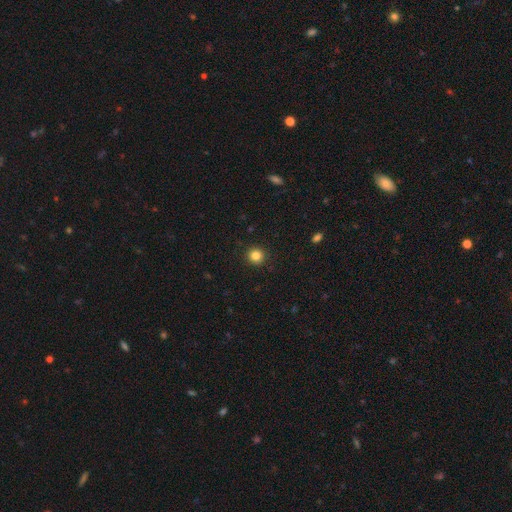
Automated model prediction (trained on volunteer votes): Smooth or featured?
  - smooth: 83% *
  - star or artifact: 12%
  - featured or disk: 5%
How rounded?
  - round: 93% *
  - in between: 6%
  - cigar-shaped: 1%
Merging?
  - none: 92% *
  - minor disturbance: 5%
  - major disturbance: 2%
  - merger: 1%